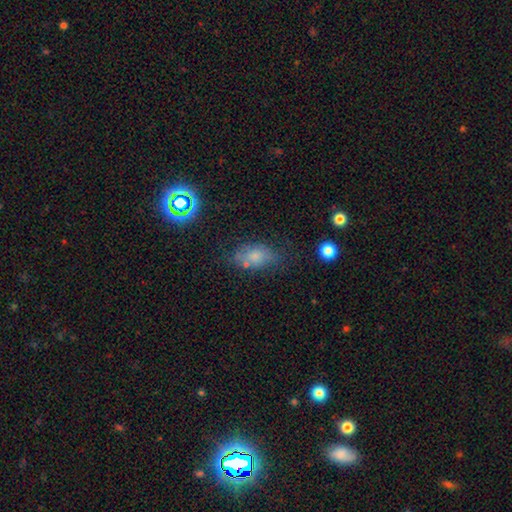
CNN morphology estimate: A smooth galaxy with no disk features (60%) that is in between round and cigar-shaped (82%). Merging: none (61%).